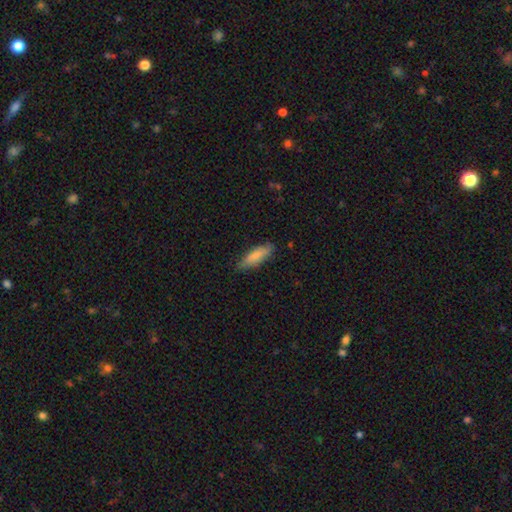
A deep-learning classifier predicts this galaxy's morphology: type=smooth (79%); roundness=cigar-shaped (58%); merging=none (80%).